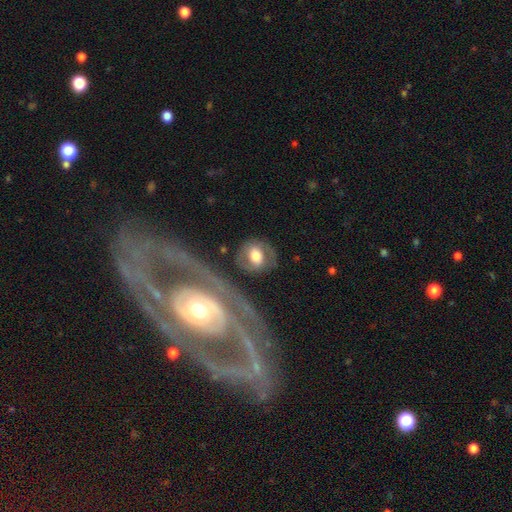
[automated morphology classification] smooth-or-featured: smooth: 53% | featured or disk: 41% | star or artifact: 6%
  how-rounded: round: 61% | in between: 38% | cigar-shaped: 2%
  merging: none: 66% | minor disturbance: 16% | major disturbance: 9% | merger: 9%